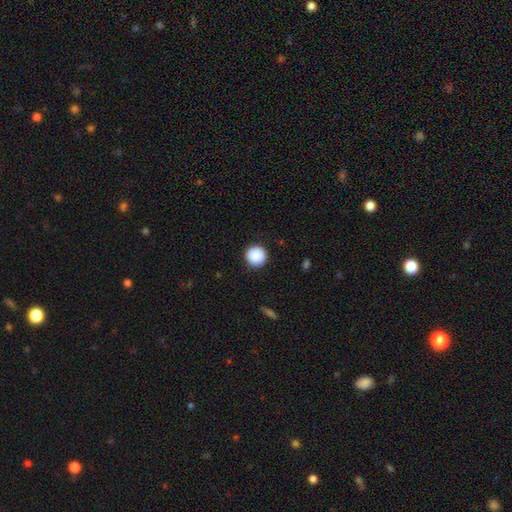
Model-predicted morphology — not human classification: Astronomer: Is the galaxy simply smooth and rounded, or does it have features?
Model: smooth — 90%.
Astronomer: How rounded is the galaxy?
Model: round — 96%.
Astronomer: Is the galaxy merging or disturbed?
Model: none — 91%.